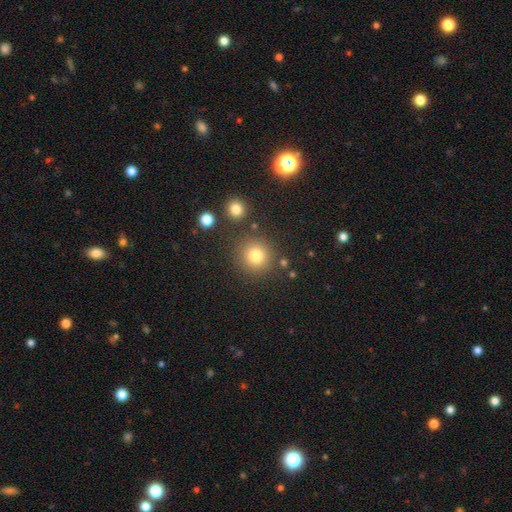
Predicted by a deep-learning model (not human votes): A smooth galaxy with no disk features (80%) that is round (93%).

Vote fractions:
- Smooth or featured? smooth: 80% / star or artifact: 13% / featured or disk: 7%
- How rounded? round: 93% / in between: 6% / cigar-shaped: 1%
- Merging? none: 84% / minor disturbance: 8% / merger: 5% / major disturbance: 3%